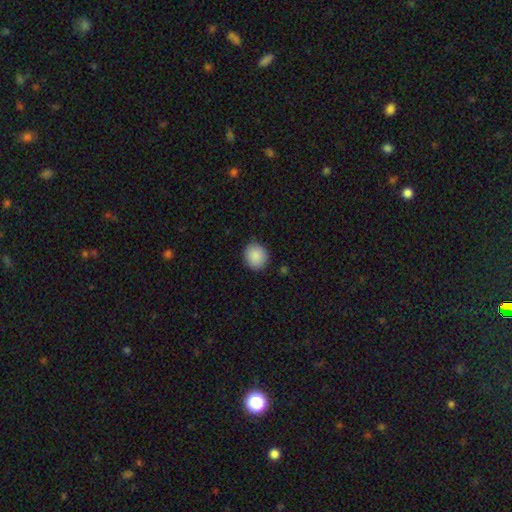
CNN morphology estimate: type=smooth (89%); roundness=round (80%); merging=none (87%).